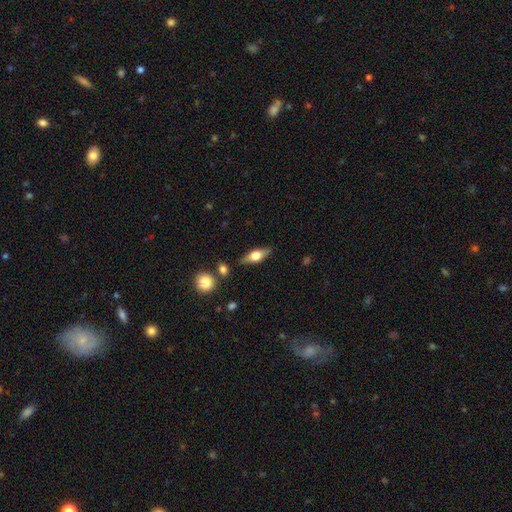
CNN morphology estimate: A smooth galaxy with no disk features (56%) that is in between round and cigar-shaped (69%). Merging: none (81%).